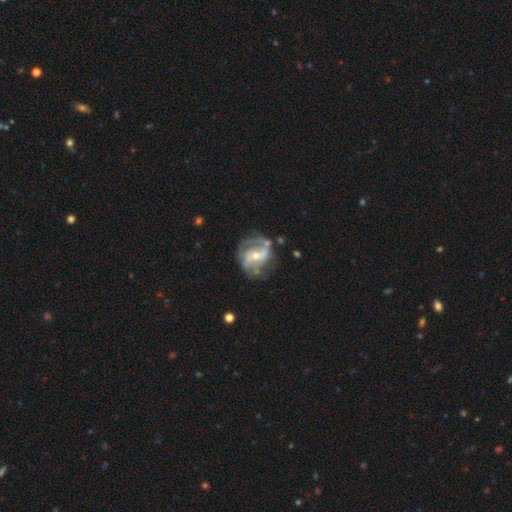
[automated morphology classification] The model was most divided on "bulge size": moderate: 50%, small: 45%, large: 3%, none: 1%, dominant: 1%. Remaining: edge-on disk — no (97%); spiral arms — yes (85%); smooth or featured — featured or disk (81%); spiral arm count — 2 (68%); merging — none (56%); spiral winding — medium (46%); bar — weak (40%).